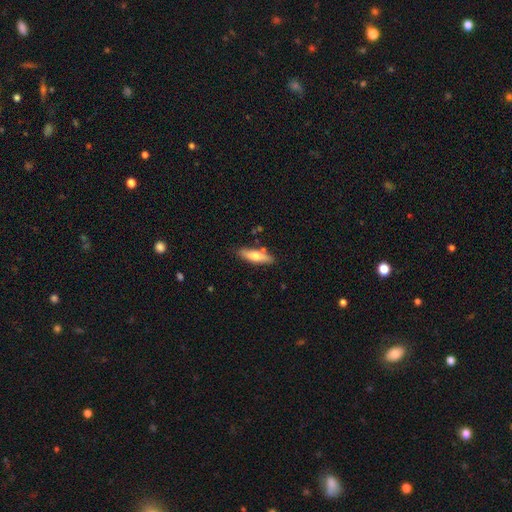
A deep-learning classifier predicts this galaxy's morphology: The model was most divided on "how rounded": cigar-shaped: 59%, in between: 39%, round: 2%. More confident: merging — none (81%); smooth or featured — smooth (62%).